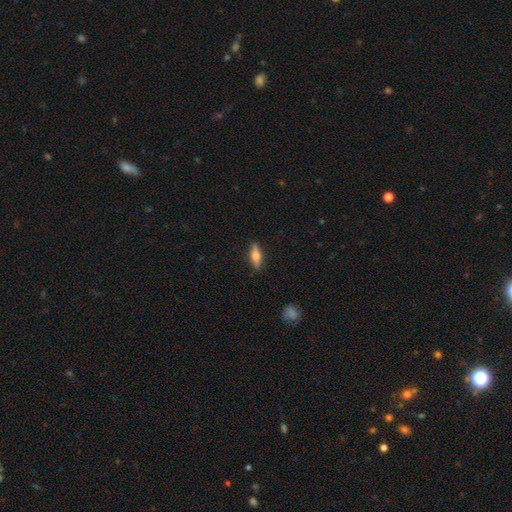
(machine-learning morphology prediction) Smooth or featured? smooth (49%)
Merging? none (88%)